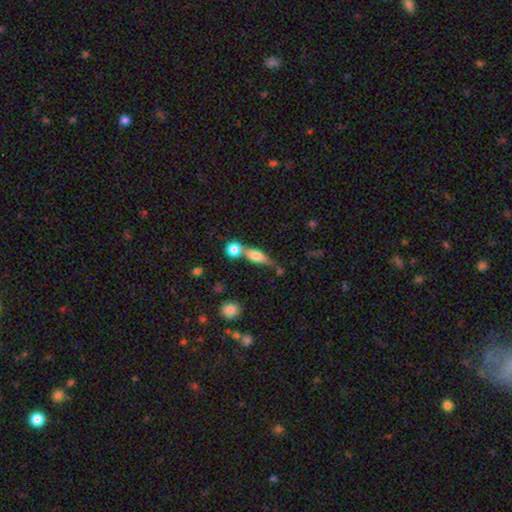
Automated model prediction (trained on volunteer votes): Smooth or featured? smooth (62%)
How rounded? in between (50%)
Merging? none (43%)